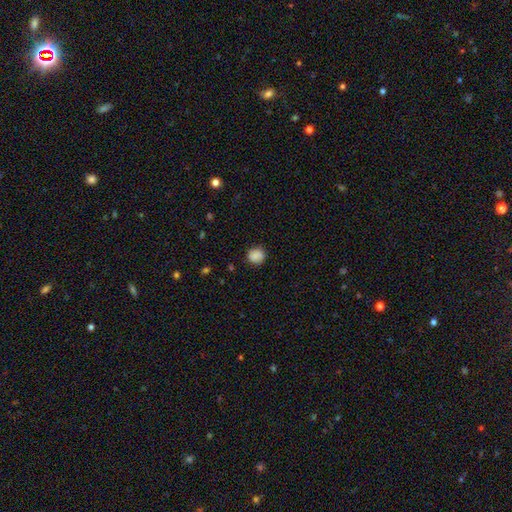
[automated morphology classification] A smooth galaxy with no disk features (85%) that is round (85%). Merging: none (83%).